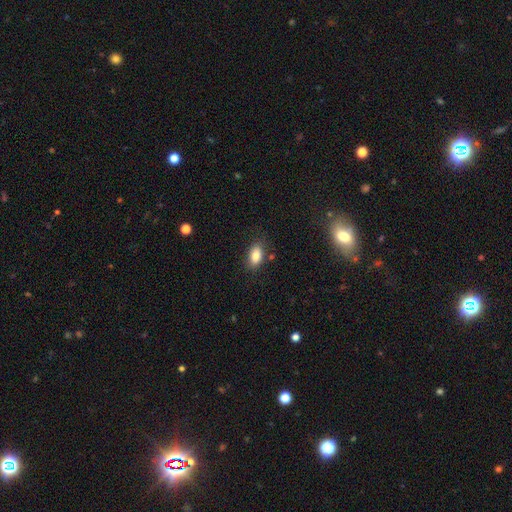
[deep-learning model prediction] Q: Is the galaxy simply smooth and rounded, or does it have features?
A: smooth — 85%.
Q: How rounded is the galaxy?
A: in between — 90%.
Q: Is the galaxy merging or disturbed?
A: none — 82%.